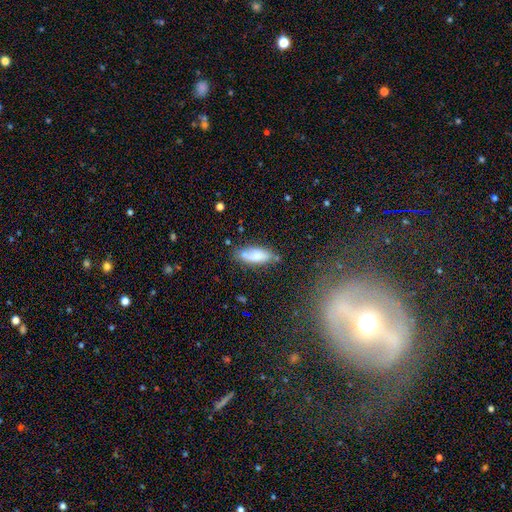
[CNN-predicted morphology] smooth-or-featured: smooth: 74% | featured or disk: 18% | star or artifact: 8%
  how-rounded: in between: 70% | cigar-shaped: 28% | round: 2%
  merging: none: 67% | minor disturbance: 21% | merger: 6% | major disturbance: 5%